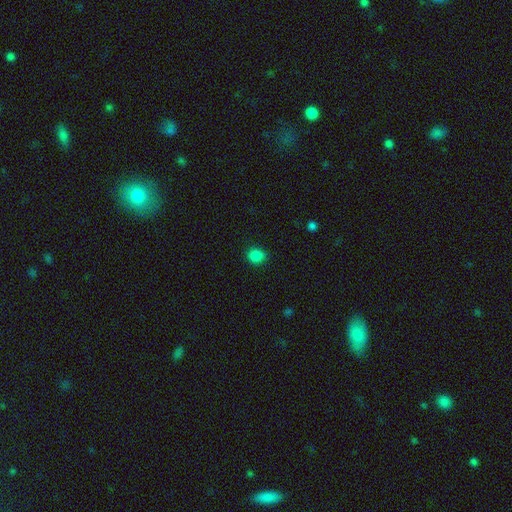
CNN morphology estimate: Overall: smooth (85%). How rounded: round (66%; in between 33%). Merging: none (87%).